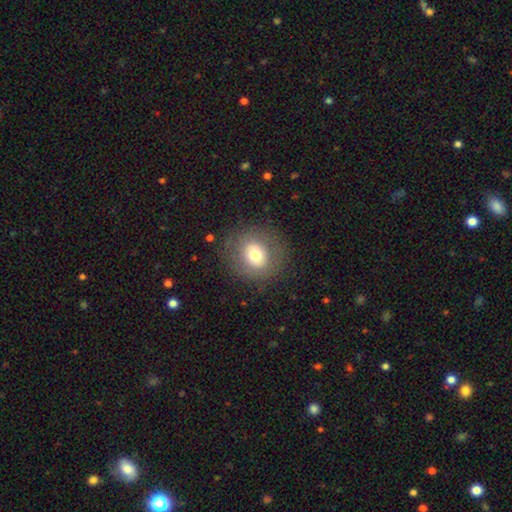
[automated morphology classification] Overall: smooth (66%). How rounded: round (81%). Merging: none (86%).